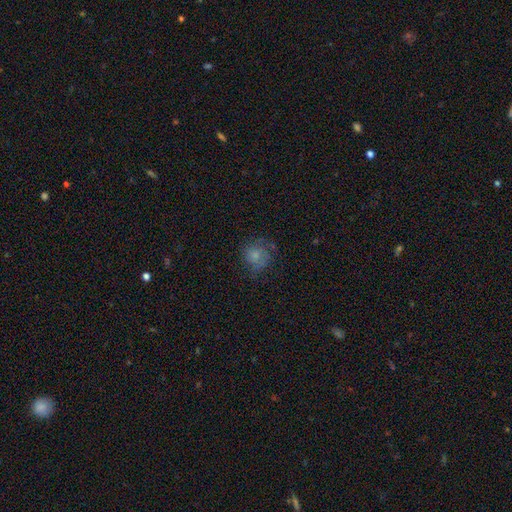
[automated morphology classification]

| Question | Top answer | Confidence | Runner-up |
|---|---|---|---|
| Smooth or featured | smooth | 68% | featured or disk (20%) |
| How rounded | round | 82% | in between (17%) |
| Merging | none | 60% | minor disturbance (23%) |